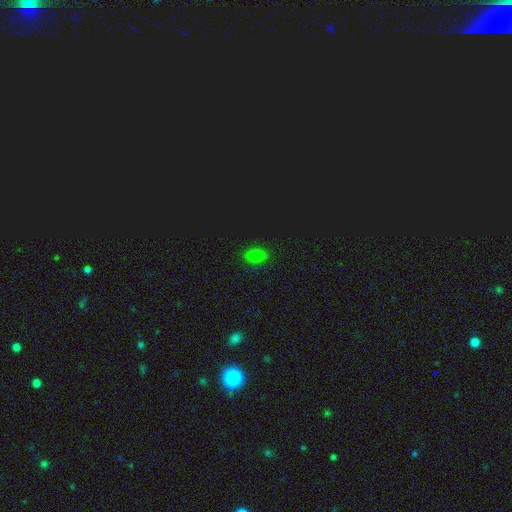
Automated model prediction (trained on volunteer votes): This appears to be a smooth galaxy with no disk features (71%) that is in between round and cigar-shaped (79%). Merging: none (87%).